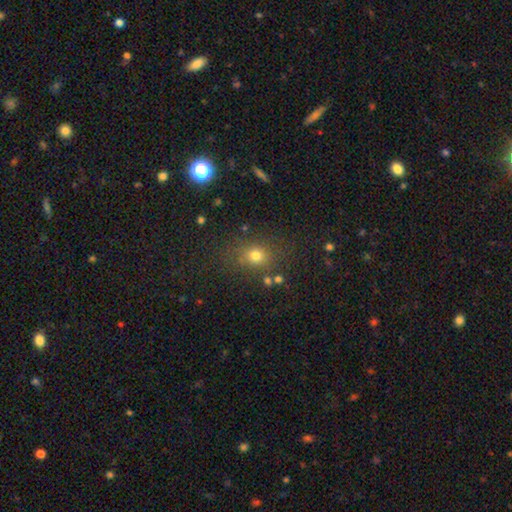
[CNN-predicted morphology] Smooth or featured? Predicted: smooth (p=0.72). How rounded? Predicted: round (p=0.65). Merging? Predicted: none (p=0.76).